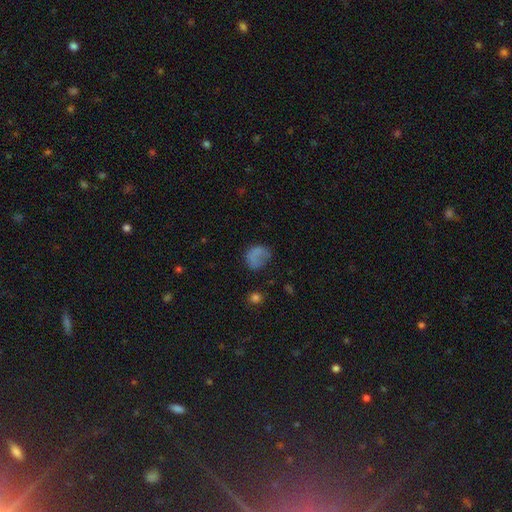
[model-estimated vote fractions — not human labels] This is likely a smooth galaxy (72%). How rounded: possibly round (56%). Merging: possibly none (49%).